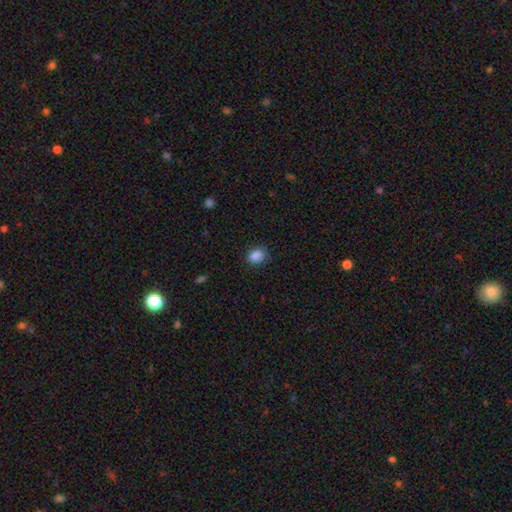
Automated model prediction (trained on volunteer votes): This is clearly a smooth galaxy (87%). How rounded: likely in between (67%). Merging: clearly none (81%).